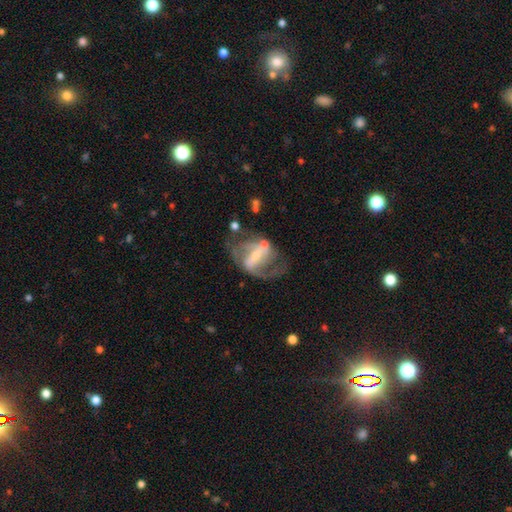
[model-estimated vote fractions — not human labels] smooth-or-featured: featured or disk: 84% | smooth: 10% | star or artifact: 6%
  disk-edge-on: no: 97% | yes: 3%
    bar: strong: 50% | weak: 35% | no: 15%
    has-spiral-arms: yes: 89% | no: 11%
      spiral-winding: medium: 44% | loose: 43% | tight: 13%
      spiral-arm-count: 2: 76% | can't tell: 8% | 1: 8% | 3: 5% | 4: 2% | more than 4: 2%
    bulge-size: small: 54% | moderate: 29% | none: 10% | large: 5% | dominant: 1%
  merging: none: 48% | major disturbance: 27% | minor disturbance: 19% | merger: 6%